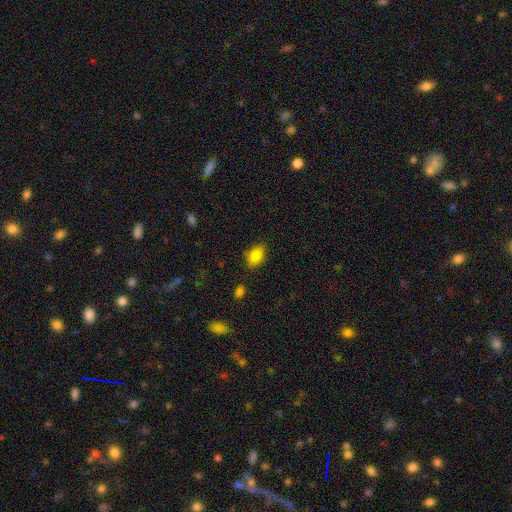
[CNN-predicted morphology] type=smooth (86%); roundness=in between (83%); merging=none (82%).